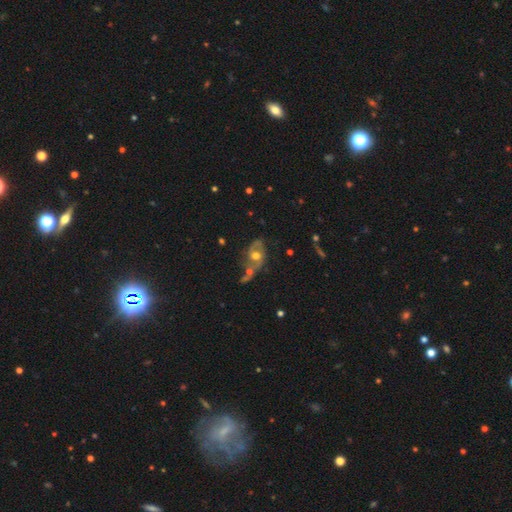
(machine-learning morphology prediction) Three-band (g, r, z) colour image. It shows a featured or disk galaxy (68%) with no bar (65%), spiral arms (75%) and a moderate central bulge (71%). Merging: none (45%).